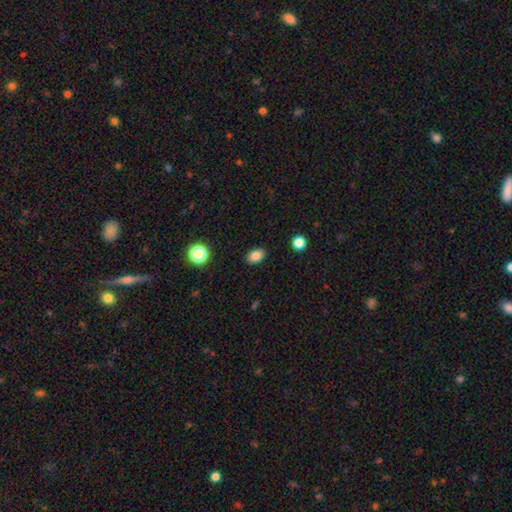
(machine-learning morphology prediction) Smooth or featured?
  - smooth: 84% *
  - star or artifact: 10%
  - featured or disk: 6%
How rounded?
  - in between: 81% *
  - round: 18%
  - cigar-shaped: 1%
Merging?
  - none: 88% *
  - minor disturbance: 9%
  - major disturbance: 2%
  - merger: 1%